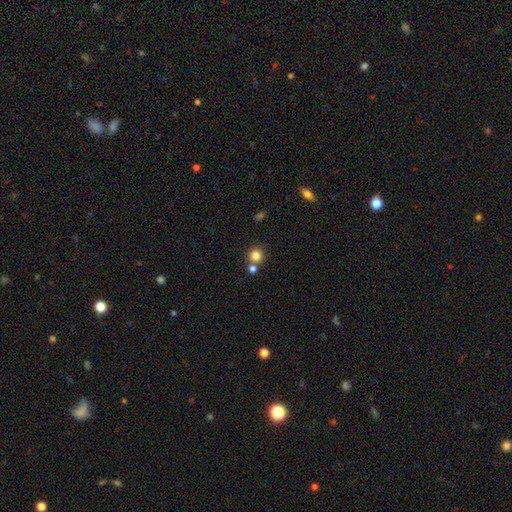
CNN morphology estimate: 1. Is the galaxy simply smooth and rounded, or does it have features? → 82% smooth, 12% star or artifact, 7% featured or disk.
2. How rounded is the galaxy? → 91% round, 8% in between, 1% cigar-shaped.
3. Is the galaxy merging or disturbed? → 66% none, 24% merger, 7% minor disturbance, 3% major disturbance.